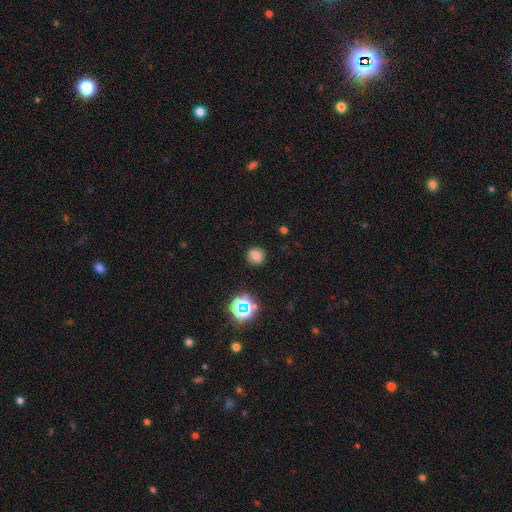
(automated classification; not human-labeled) A smooth galaxy with no disk features (75%) that is round (74%). Merging: none (84%).